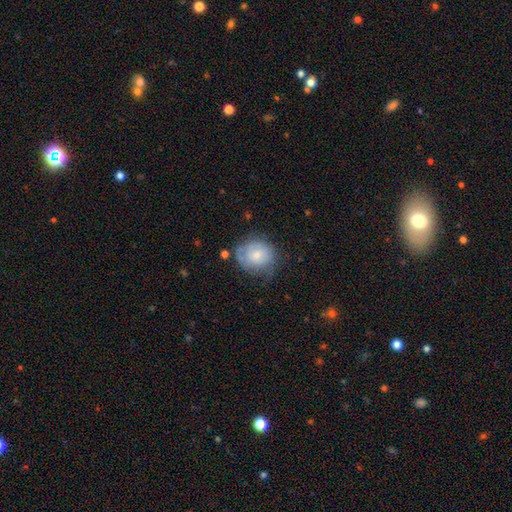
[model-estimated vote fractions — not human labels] A smooth galaxy with no disk features (60%) that is round (77%). Merging: none (56%).